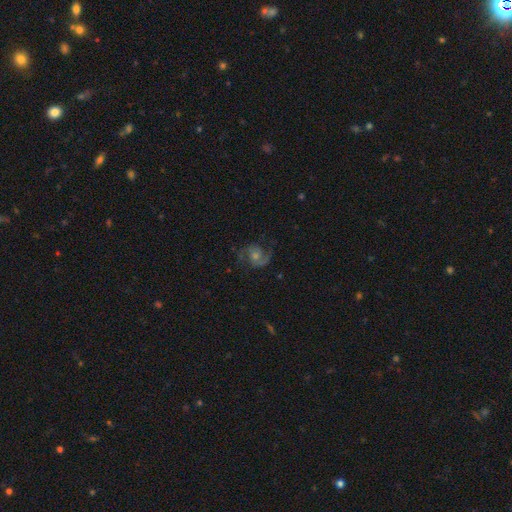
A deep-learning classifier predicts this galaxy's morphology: Smooth or featured? featured or disk (83%)
Edge-on disk? no (98%)
Bar? no (64%)
Spiral arms? yes (97%)
Spiral winding? medium (56%)
Spiral arm count? 2 (88%)
Bulge size? moderate (45%, tied with small)
Merging? none (75%)